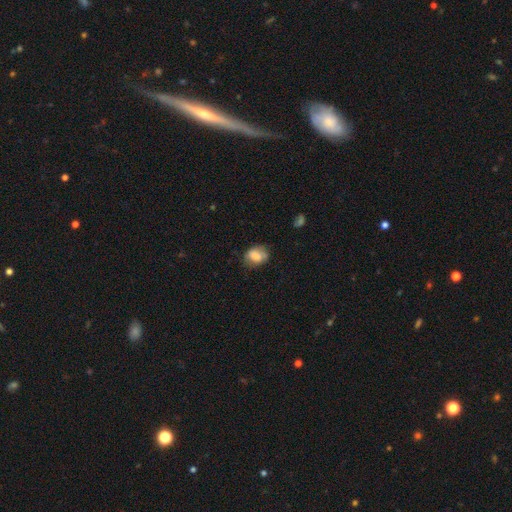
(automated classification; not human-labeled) Overall: smooth (77%). How rounded: in between (64%; round 35%). Merging: none (60%; minor disturbance 28%).